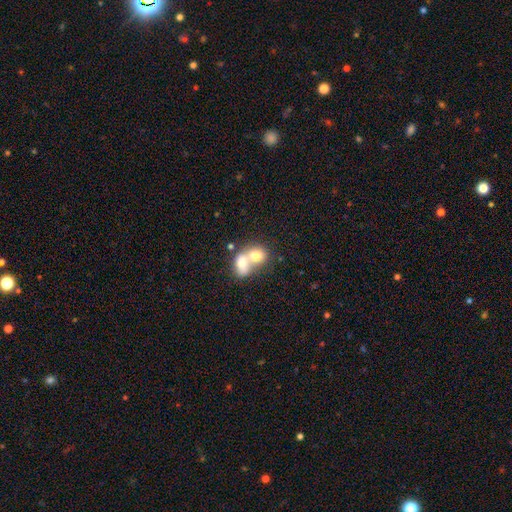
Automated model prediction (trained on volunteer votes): smooth 60%, featured or disk 28%, star or artifact 13%. Down the decision tree: how rounded — round (57%); merging — merger (72%).